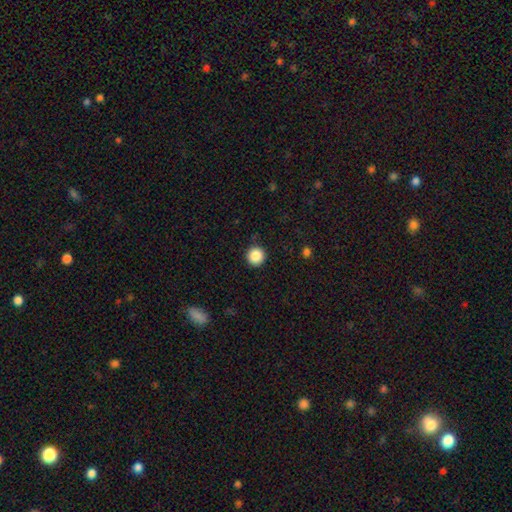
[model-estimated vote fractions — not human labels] Smooth or featured? Predicted: smooth (p=0.88). How rounded? Predicted: round (p=0.95). Merging? Predicted: none (p=0.92).